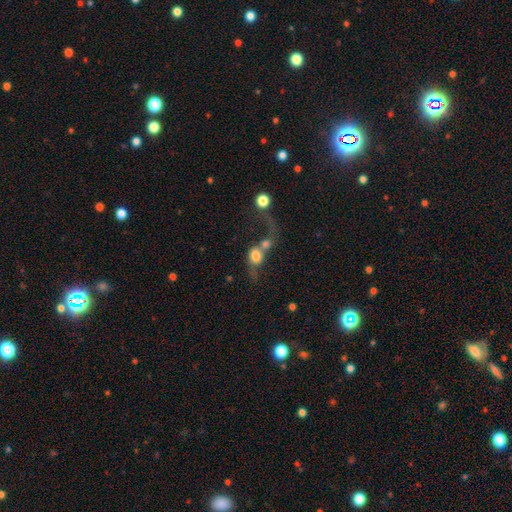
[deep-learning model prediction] Q: Smooth or featured?
A: smooth (62%); runner-up: featured or disk (28%)
Q: How rounded?
A: round (55%); runner-up: in between (43%)
Q: Merging?
A: merger (67%); runner-up: major disturbance (16%)